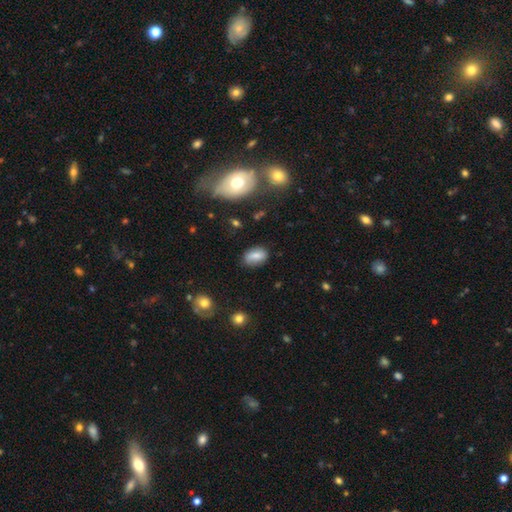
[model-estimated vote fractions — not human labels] Q: Smooth or featured?
A: smooth (75%); runner-up: featured or disk (16%)
Q: How rounded?
A: in between (84%); runner-up: round (14%)
Q: Merging?
A: none (76%); runner-up: minor disturbance (17%)